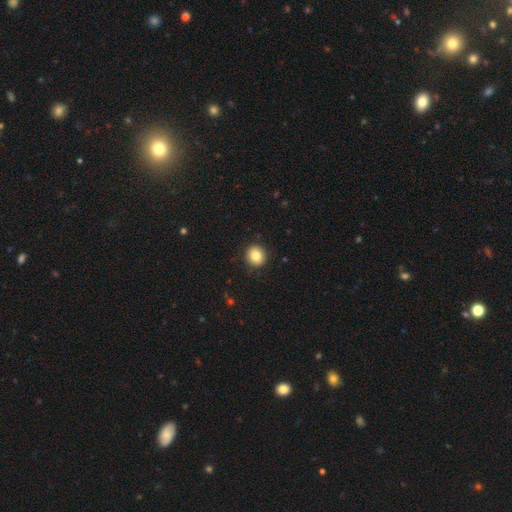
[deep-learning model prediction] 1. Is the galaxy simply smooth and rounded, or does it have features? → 84% smooth, 9% star or artifact, 7% featured or disk.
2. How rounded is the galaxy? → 86% round, 13% in between, 1% cigar-shaped.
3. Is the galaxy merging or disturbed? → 90% none, 7% minor disturbance, 2% major disturbance, 1% merger.